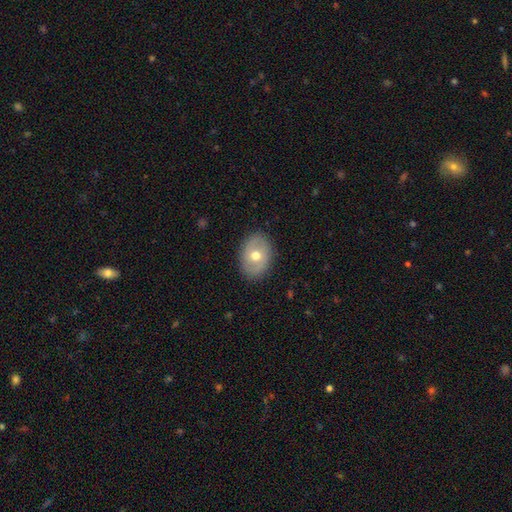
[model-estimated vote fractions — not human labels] Smooth or featured? smooth (55%)
How rounded? in between (66%)
Merging? none (85%)